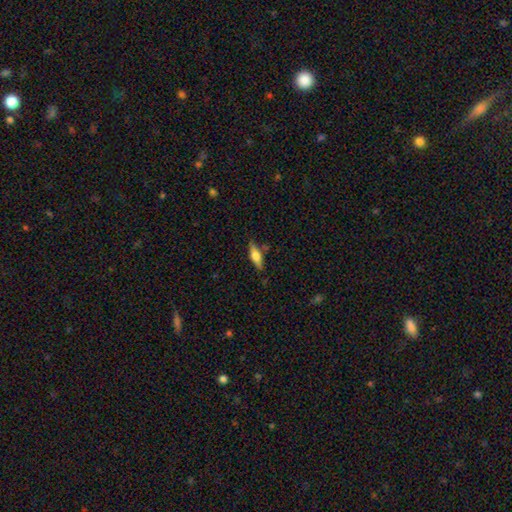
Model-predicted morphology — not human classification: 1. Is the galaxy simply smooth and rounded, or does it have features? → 48% smooth, 45% featured or disk, 7% star or artifact.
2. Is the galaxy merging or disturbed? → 77% none, 15% minor disturbance, 4% merger, 3% major disturbance.